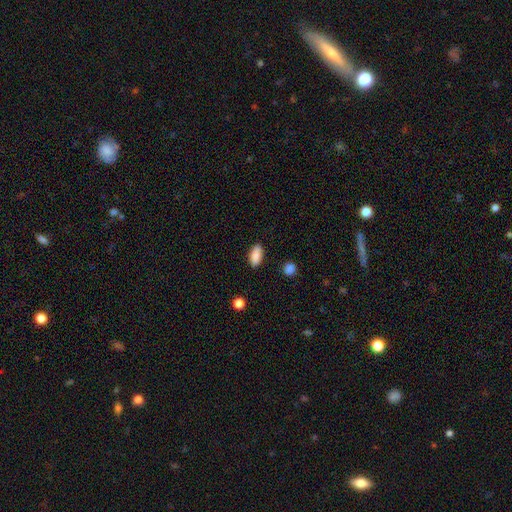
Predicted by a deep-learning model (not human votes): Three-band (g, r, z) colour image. It shows a smooth galaxy with no disk features (88%) that is in between round and cigar-shaped (88%). Merging: none (87%).